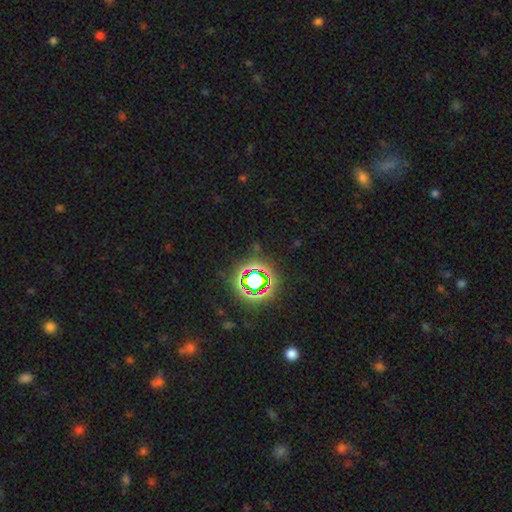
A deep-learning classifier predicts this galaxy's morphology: Q: Smooth or featured?
A: star or artifact (77%); runner-up: smooth (14%)